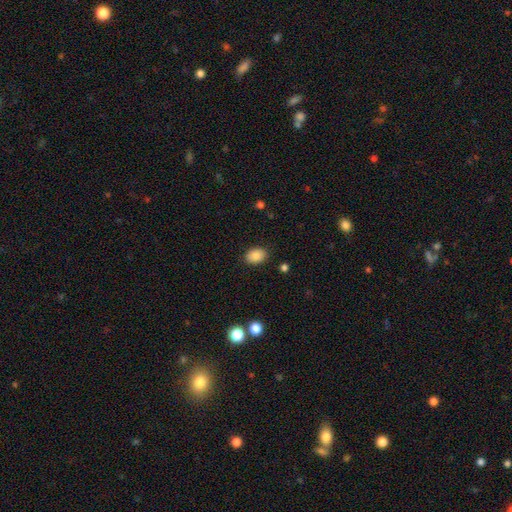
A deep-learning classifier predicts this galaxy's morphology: The model was most divided on "how rounded": in between: 78%, round: 21%, cigar-shaped: 1%. More confident: smooth or featured — smooth (87%); merging — none (86%).